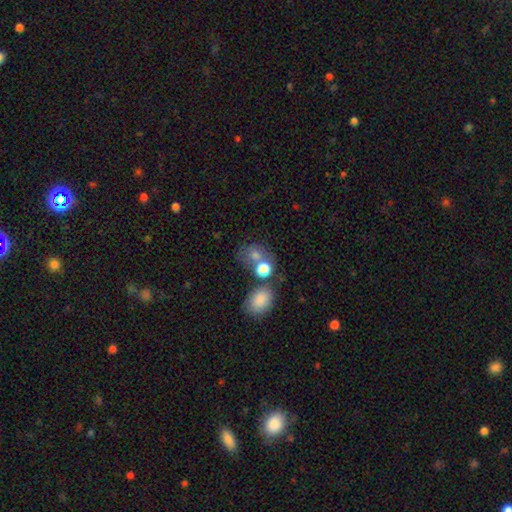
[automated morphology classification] This appears to be a smooth galaxy with no disk features (73%) that is round (56%). Merging: none (43%).